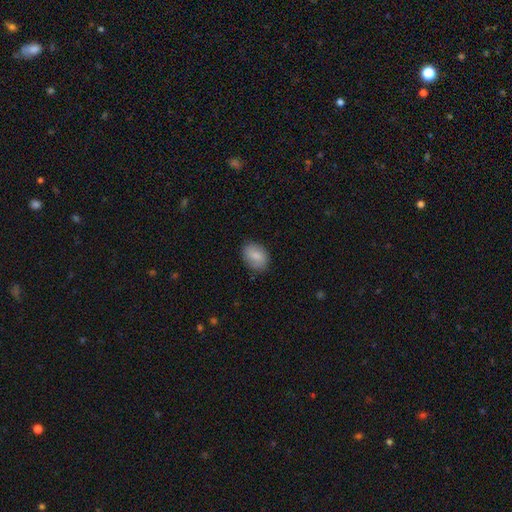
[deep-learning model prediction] This appears to be a smooth galaxy with no disk features (80%) that is in between round and cigar-shaped (73%). Merging: none (82%).